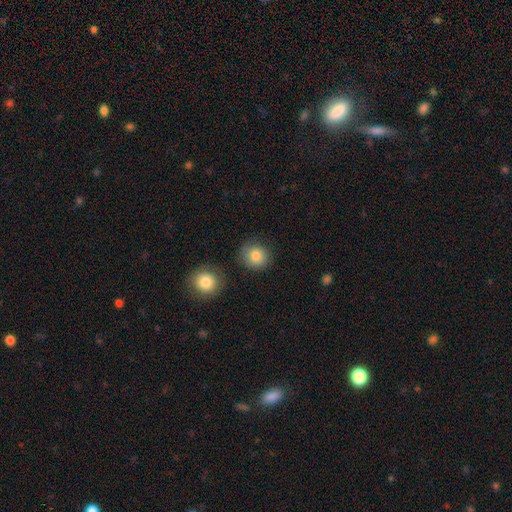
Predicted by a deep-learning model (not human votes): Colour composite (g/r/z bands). It shows a smooth galaxy with no disk features (84%) that is round (87%). Merging: none (80%).